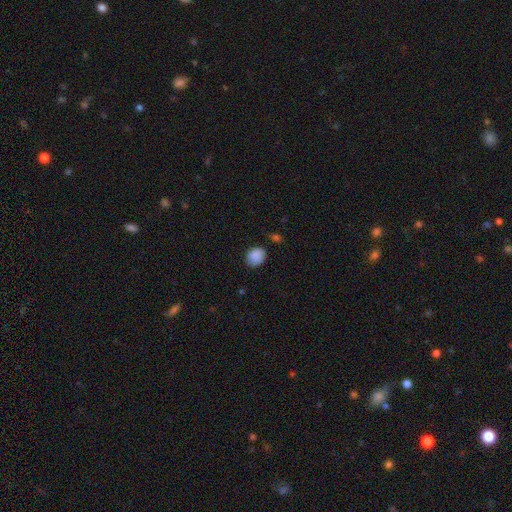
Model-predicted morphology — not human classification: The model was most divided on "how rounded": round: 50%, in between: 49%, cigar-shaped: 1%. More confident: smooth or featured — smooth (86%); merging — none (72%).